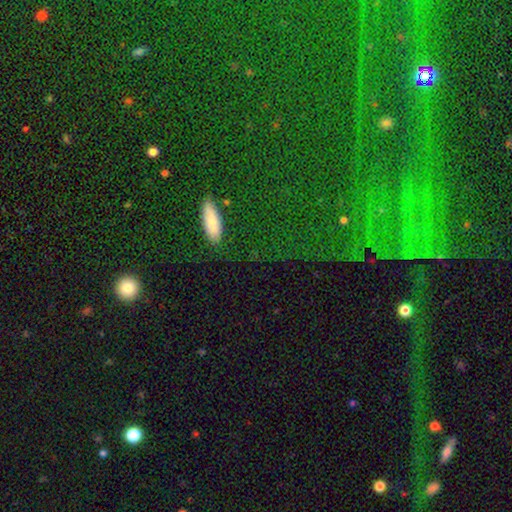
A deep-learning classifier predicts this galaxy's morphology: A smooth galaxy with no disk features (53%) that is cigar-shaped (56%).

Vote fractions:
- Smooth or featured? smooth: 53% / star or artifact: 29% / featured or disk: 18%
- How rounded? cigar-shaped: 56% / in between: 36% / round: 9%
- Merging? none: 84% / minor disturbance: 9% / major disturbance: 4% / merger: 3%